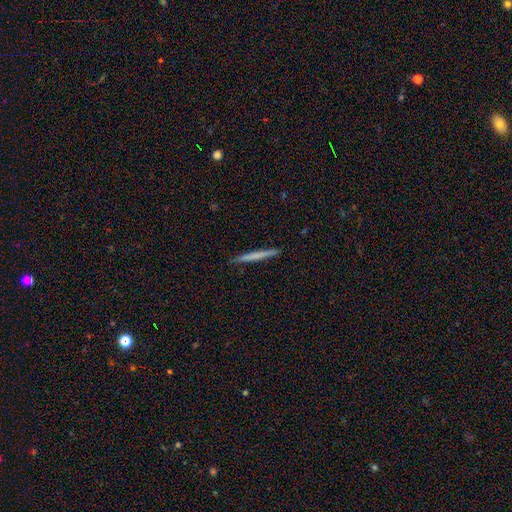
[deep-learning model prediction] Morphology: type=smooth (62%); roundness=cigar-shaped (97%); merging=none (92%).